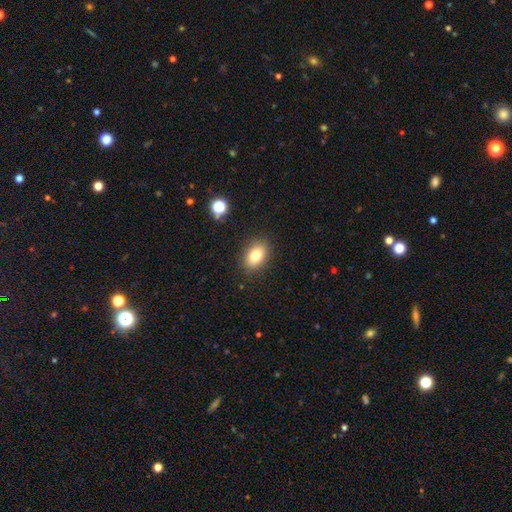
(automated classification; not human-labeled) Smooth or featured: smooth — 80% (star or artifact — 10%)
How rounded: in between — 75% (round — 23%)
Merging: none — 87% (minor disturbance — 9%)